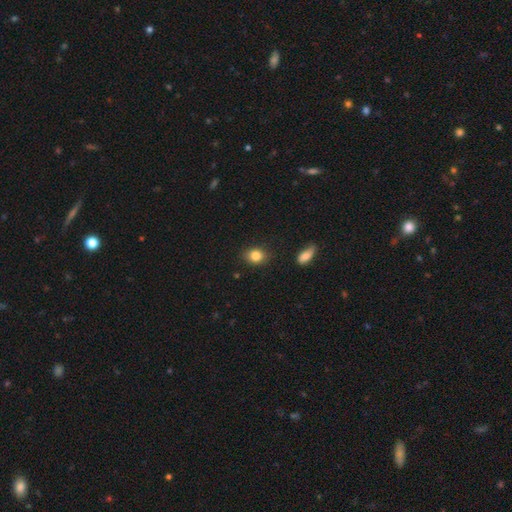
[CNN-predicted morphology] This is clearly a smooth galaxy (84%). How rounded: possibly round (51%). Merging: clearly none (85%).